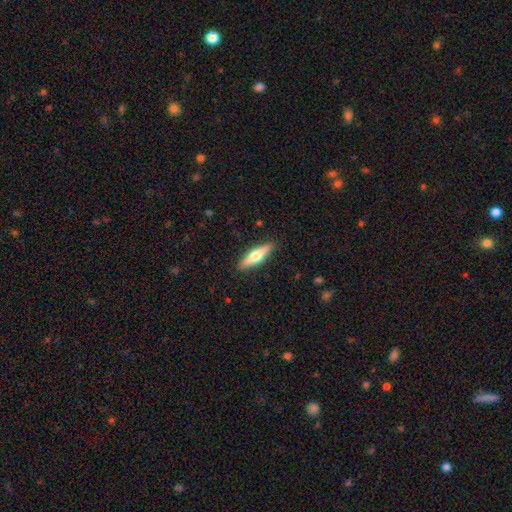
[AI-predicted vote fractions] Q: Smooth or featured?
A: featured or disk (49%); runner-up: smooth (46%)
Q: Merging?
A: none (90%); runner-up: minor disturbance (7%)